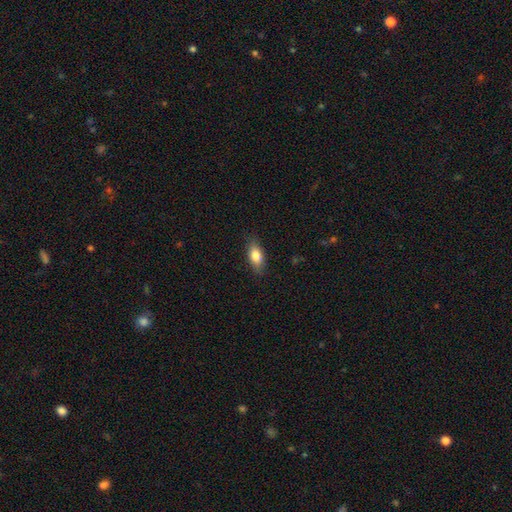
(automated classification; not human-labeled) The model was most divided on "smooth or featured": smooth: 78%, featured or disk: 15%, star or artifact: 7%. More confident: merging — none (83%); how rounded — in between (80%).